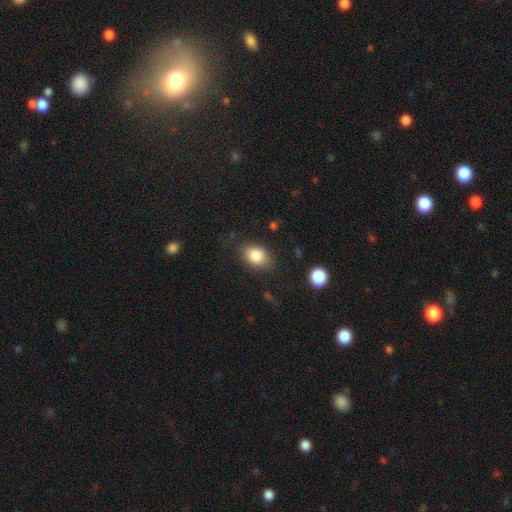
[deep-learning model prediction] This is clearly a smooth galaxy (84%). How rounded: likely in between (79%). Merging: likely none (79%).